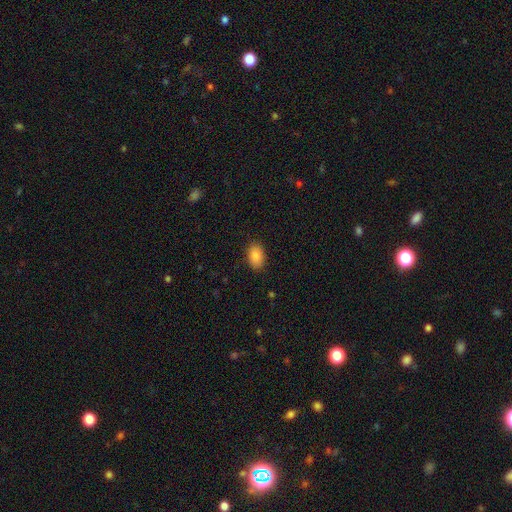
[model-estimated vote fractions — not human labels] Overall: smooth (87%). How rounded: in between (89%). Merging: none (88%).